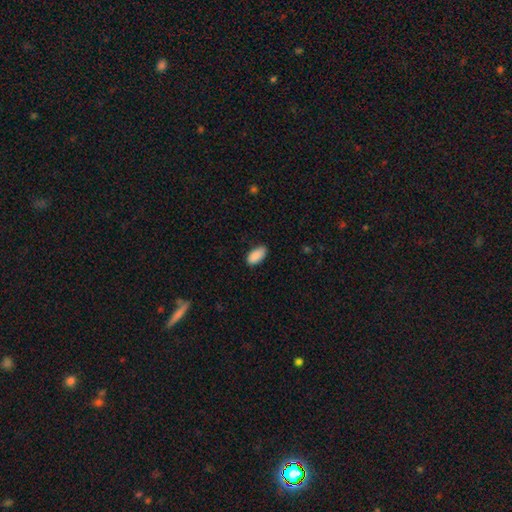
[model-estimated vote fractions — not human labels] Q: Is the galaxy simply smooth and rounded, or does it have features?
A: smooth — 90%.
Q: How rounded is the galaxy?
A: in between — 93%.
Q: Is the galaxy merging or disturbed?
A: none — 82%.